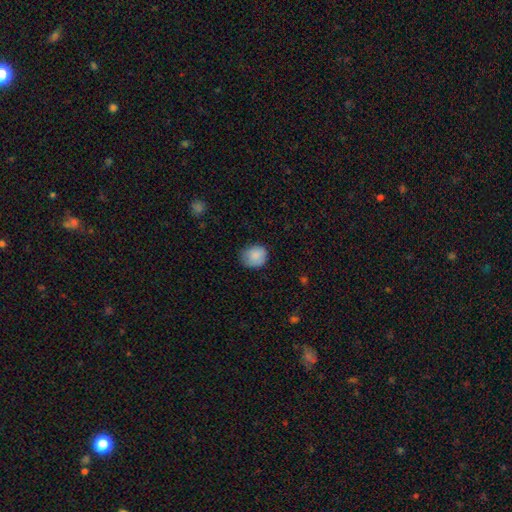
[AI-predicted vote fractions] Smooth or featured: smooth — 86% (star or artifact — 7%)
How rounded: round — 68% (in between — 31%)
Merging: none — 72% (minor disturbance — 22%)